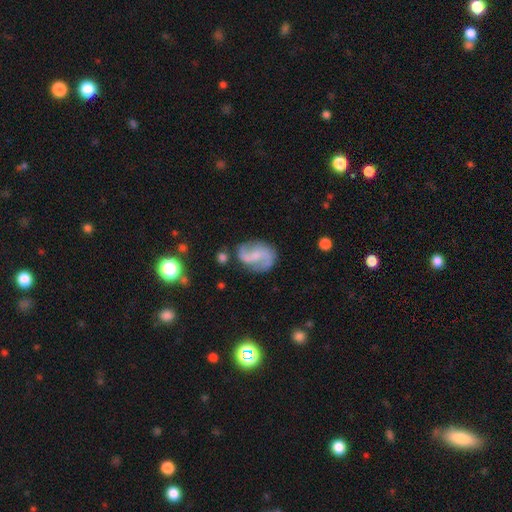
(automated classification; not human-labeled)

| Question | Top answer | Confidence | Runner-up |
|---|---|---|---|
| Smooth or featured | featured or disk | 82% | smooth (12%) |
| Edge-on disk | no | 98% | yes (2%) |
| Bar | weak | 46% | no (35%) |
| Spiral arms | yes | 95% | no (5%) |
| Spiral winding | loose | 50% | medium (39%) |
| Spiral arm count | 2 | 91% | can't tell (3%) |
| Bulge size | small | 46% | none (28%) |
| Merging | none | 74% | minor disturbance (16%) |